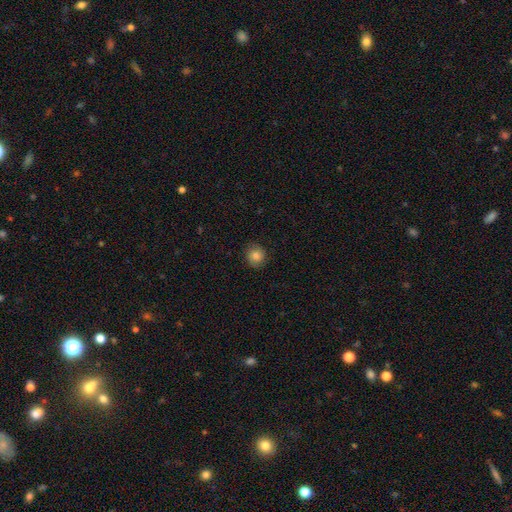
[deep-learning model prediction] smooth 80%, star or artifact 10%, featured or disk 9%. Down the decision tree: how rounded — round (88%); merging — none (86%).